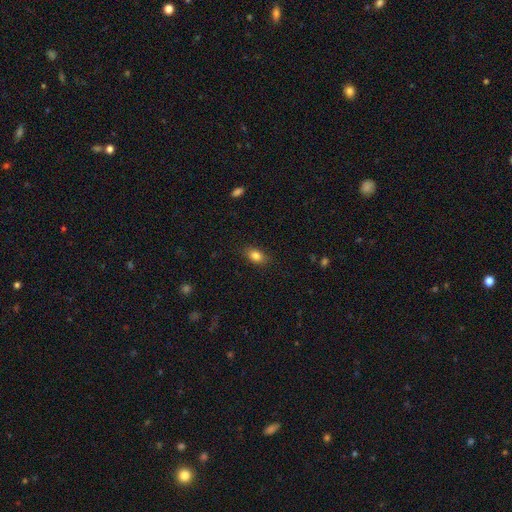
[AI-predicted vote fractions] Smooth or featured?
  - smooth: 83% *
  - star or artifact: 9%
  - featured or disk: 7%
How rounded?
  - in between: 82% *
  - round: 15%
  - cigar-shaped: 2%
Merging?
  - none: 86% *
  - minor disturbance: 11%
  - major disturbance: 3%
  - merger: 1%